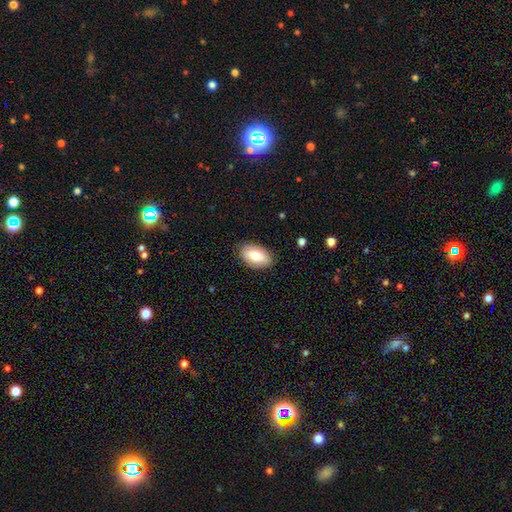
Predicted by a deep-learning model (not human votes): This is likely a smooth galaxy (75%). How rounded: clearly in between (93%). Merging: clearly none (85%).